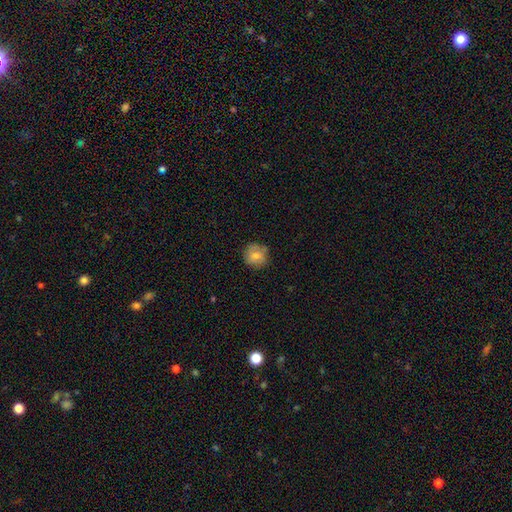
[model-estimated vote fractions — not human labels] smooth-or-featured: smooth: 78% | featured or disk: 13% | star or artifact: 9%
  how-rounded: round: 90% | in between: 10% | cigar-shaped: 1%
  merging: none: 78% | minor disturbance: 17% | major disturbance: 3% | merger: 2%